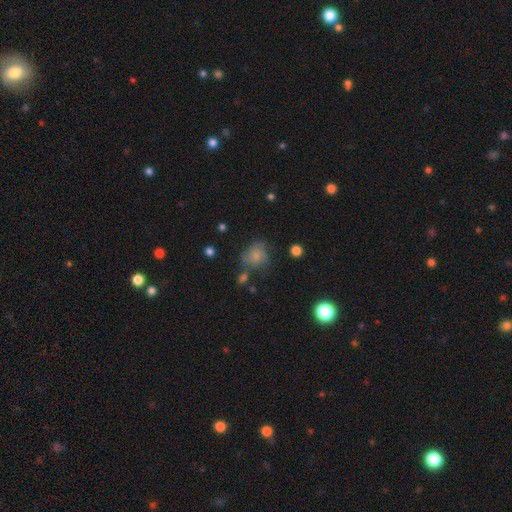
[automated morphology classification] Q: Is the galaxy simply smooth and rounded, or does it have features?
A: smooth — 63%.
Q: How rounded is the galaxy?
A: round — 64%.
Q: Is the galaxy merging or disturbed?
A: none — 50%.